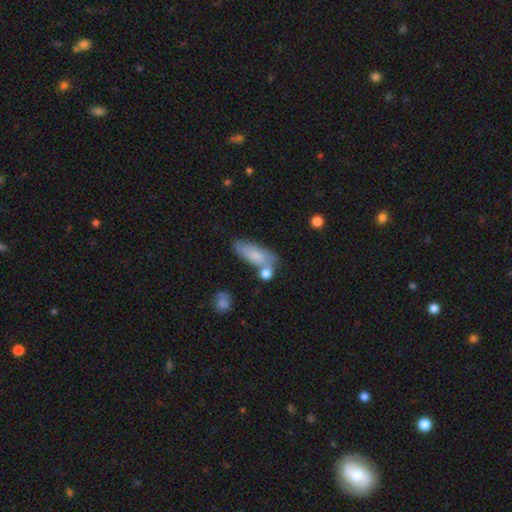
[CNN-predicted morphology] smooth-or-featured: smooth: 69% | featured or disk: 23% | star or artifact: 7%
  how-rounded: in between: 73% | cigar-shaped: 24% | round: 3%
  merging: none: 55% | minor disturbance: 21% | merger: 18% | major disturbance: 6%